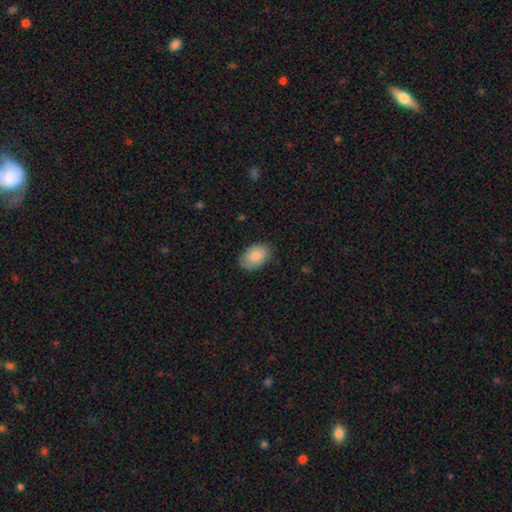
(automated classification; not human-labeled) Overall: smooth (87%). How rounded: in between (89%). Merging: none (84%).